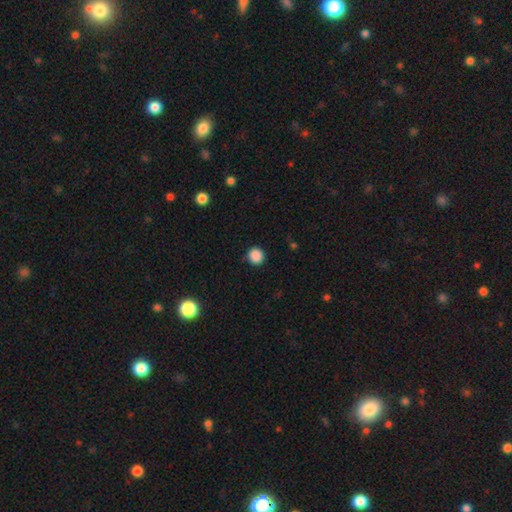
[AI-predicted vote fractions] A smooth galaxy with no disk features (88%) that is round (93%).

Vote fractions:
- Smooth or featured? smooth: 88% / star or artifact: 10% / featured or disk: 2%
- How rounded? round: 93% / in between: 6% / cigar-shaped: 1%
- Merging? none: 91% / minor disturbance: 6% / major disturbance: 2% / merger: 1%